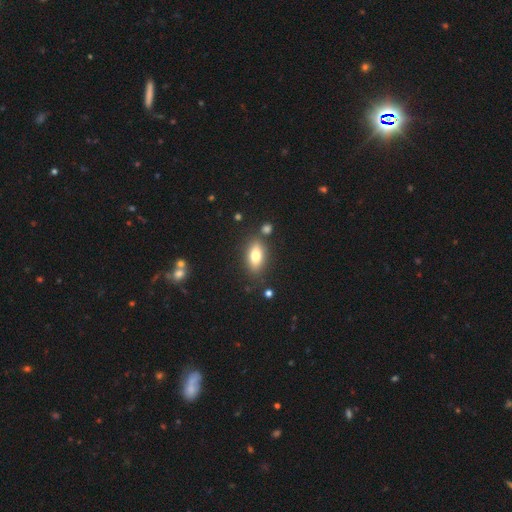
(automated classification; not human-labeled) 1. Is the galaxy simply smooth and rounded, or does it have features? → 72% smooth, 20% featured or disk, 8% star or artifact.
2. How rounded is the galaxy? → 83% in between, 11% cigar-shaped, 6% round.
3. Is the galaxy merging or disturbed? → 79% none, 11% minor disturbance, 6% merger, 3% major disturbance.